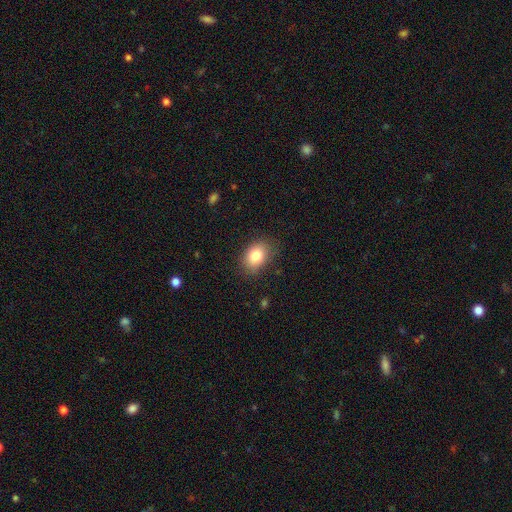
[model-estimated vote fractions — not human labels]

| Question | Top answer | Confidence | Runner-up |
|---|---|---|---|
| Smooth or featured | smooth | 81% | star or artifact (10%) |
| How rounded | in between | 72% | round (27%) |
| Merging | none | 82% | minor disturbance (13%) |